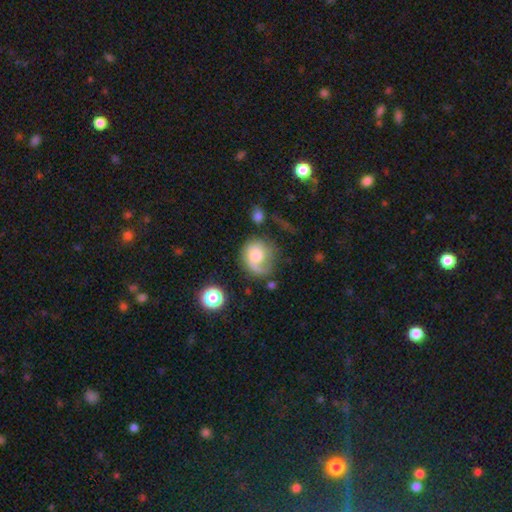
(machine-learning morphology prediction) A featured or disk galaxy (47%).

Vote fractions:
- Smooth or featured? featured or disk: 47% / smooth: 44% / star or artifact: 9%
- Merging? none: 45% / major disturbance: 28% / minor disturbance: 22% / merger: 5%